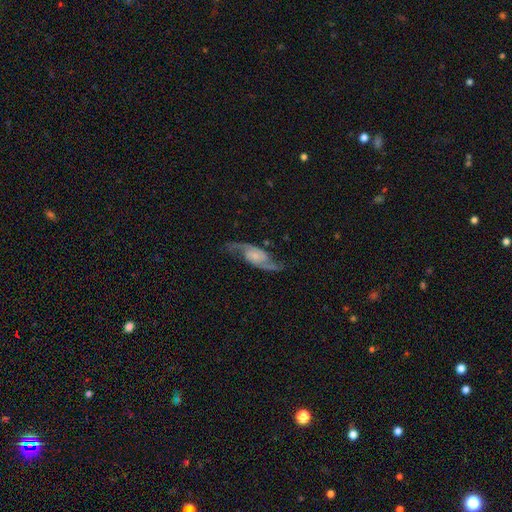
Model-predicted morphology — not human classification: This is clearly a featured or disk galaxy (88%). It is clearly not viewed edge-on (94%). Bar: possibly no (57%). Spiral arm pattern: clearly yes (97%). Spiral arm count: clearly 2 (93%). Spiral winding: marginally loose (45%). Central bulge: possibly small (51%). Merging: likely none (76%).